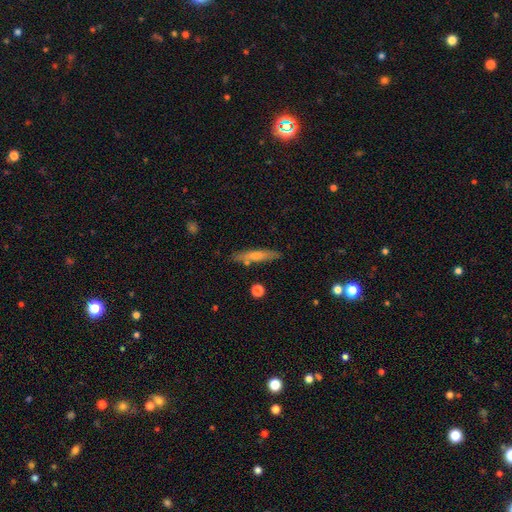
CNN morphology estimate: Smooth or featured: smooth — 48% (featured or disk — 45%)
Merging: none — 83% (minor disturbance — 11%)